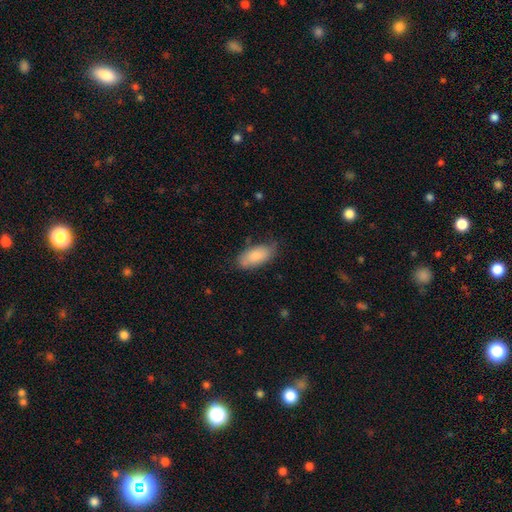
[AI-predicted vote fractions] A smooth galaxy with no disk features (82%) that is in between round and cigar-shaped (91%). Merging: none (69%).